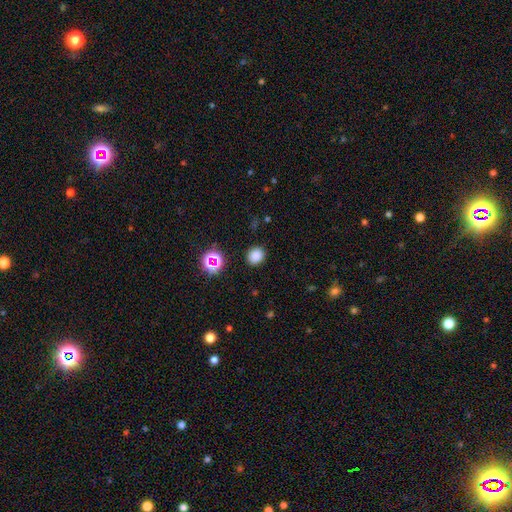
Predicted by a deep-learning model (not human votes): The model was most divided on "how rounded": round: 72%, in between: 28%, cigar-shaped: 1%. More confident: merging — none (88%); smooth or featured — smooth (80%).